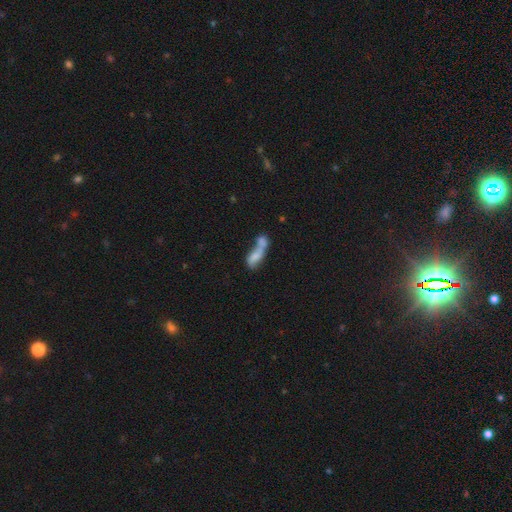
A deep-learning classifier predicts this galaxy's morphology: Smooth or featured? Predicted: smooth (p=0.59). How rounded? Predicted: in between (p=0.63). Merging? Predicted: merger (p=0.66).